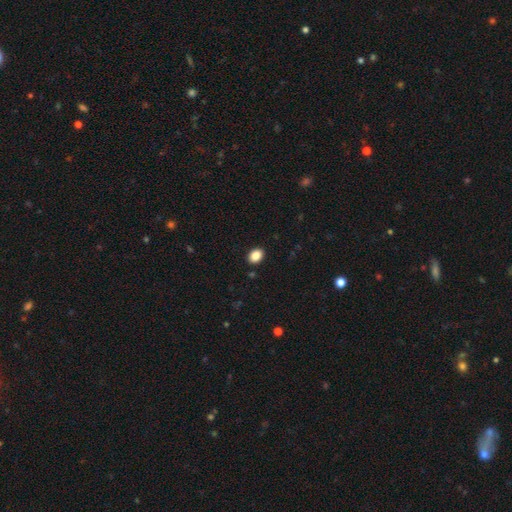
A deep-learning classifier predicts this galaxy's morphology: Overall: smooth (87%). How rounded: in between (64%; round 35%). Merging: none (91%).